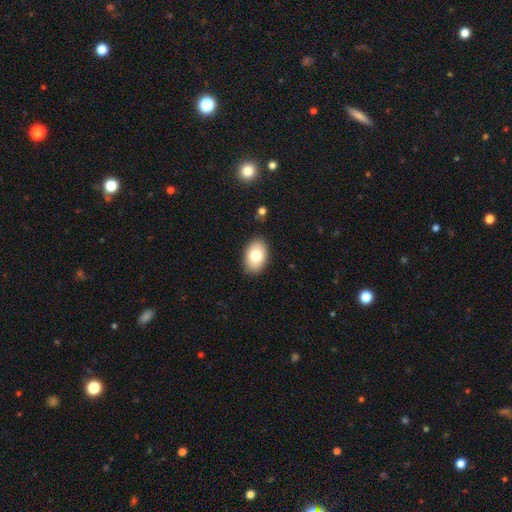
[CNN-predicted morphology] Smooth or featured? Predicted: smooth (p=0.78). How rounded? Predicted: in between (p=0.89). Merging? Predicted: none (p=0.87).